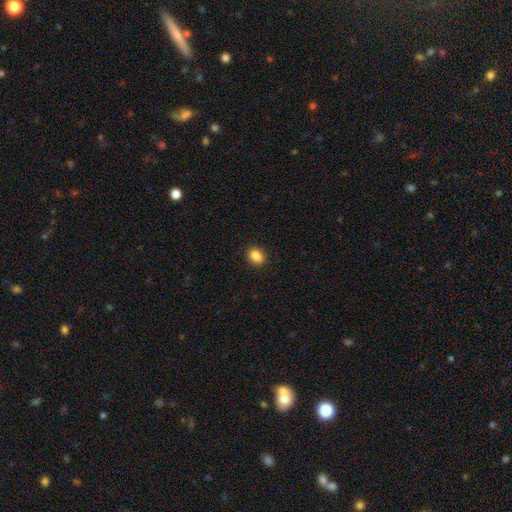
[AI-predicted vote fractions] The model was most divided on "how rounded": in between: 63%, round: 36%, cigar-shaped: 1%. More confident: smooth or featured — smooth (86%); merging — none (84%).